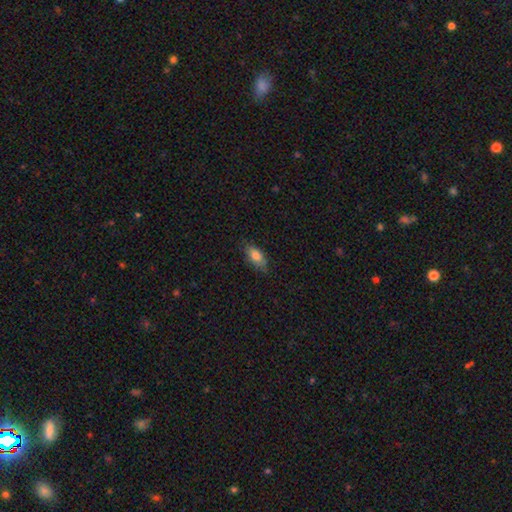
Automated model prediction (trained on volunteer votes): A smooth galaxy with no disk features (81%) that is in between round and cigar-shaped (87%).

Vote fractions:
- Smooth or featured? smooth: 81% / featured or disk: 12% / star or artifact: 7%
- How rounded? in between: 87% / cigar-shaped: 10% / round: 4%
- Merging? none: 77% / minor disturbance: 19% / major disturbance: 3% / merger: 1%